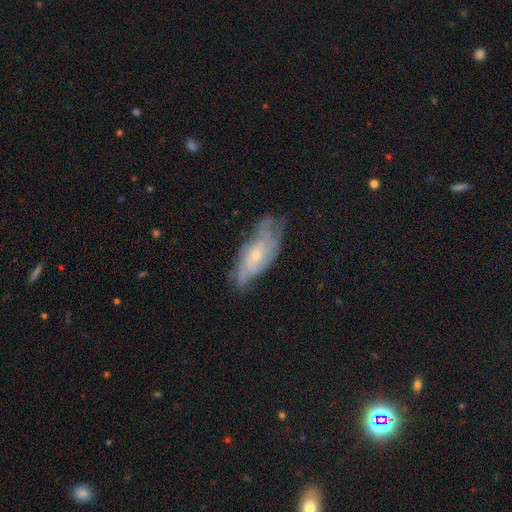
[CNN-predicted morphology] featured or disk 74%, smooth 19%, star or artifact 7%. Down the decision tree: edge-on disk — no (89%); bar — no (72%); spiral arms — yes (86%); spiral arm count — can't tell (47%); spiral winding — tight (48%); bulge size — small (59%); merging — none (60%).